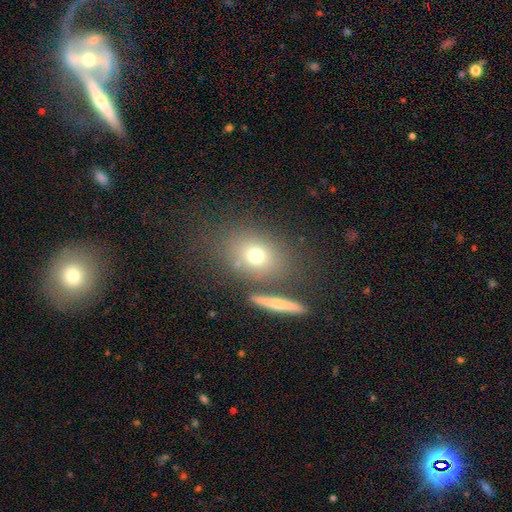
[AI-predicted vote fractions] smooth-or-featured: smooth: 70% | featured or disk: 16% | star or artifact: 14%
  how-rounded: in between: 53% | round: 44% | cigar-shaped: 3%
  merging: none: 74% | minor disturbance: 12% | merger: 9% | major disturbance: 6%